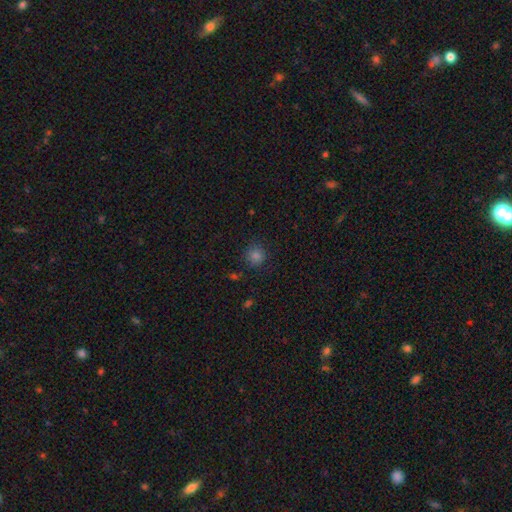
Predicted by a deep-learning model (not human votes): smooth 79%, star or artifact 16%, featured or disk 4%. Down the decision tree: how rounded — round (92%); merging — none (86%).